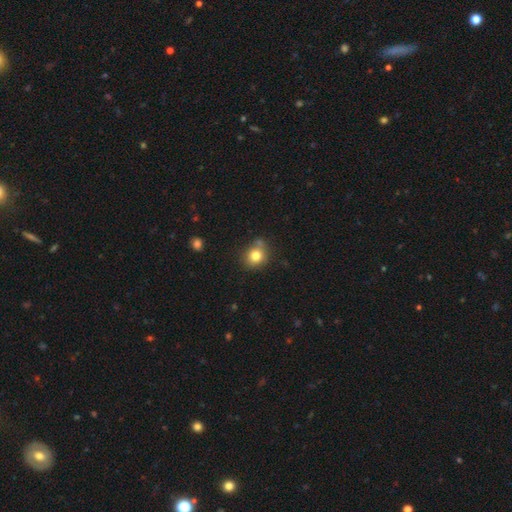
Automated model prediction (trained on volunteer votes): The model was most divided on "merging": none: 71%, minor disturbance: 16%, merger: 9%, major disturbance: 4%. More confident: smooth or featured — smooth (80%); how rounded — round (78%).